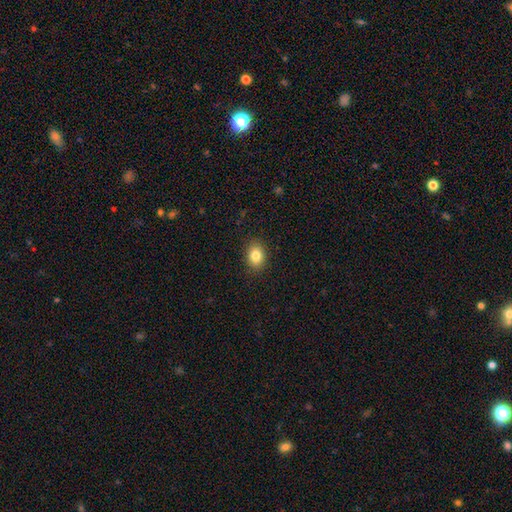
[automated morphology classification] Smooth or featured: smooth — 83% (star or artifact — 9%)
How rounded: in between — 69% (round — 30%)
Merging: none — 89% (minor disturbance — 8%)